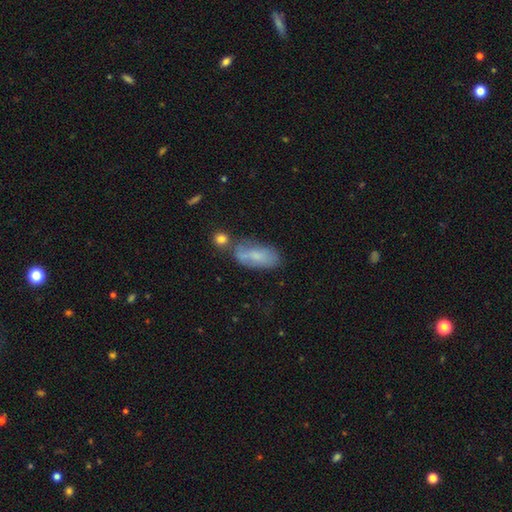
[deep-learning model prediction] Smooth or featured: smooth — 67% (featured or disk — 24%)
How rounded: in between — 83% (cigar-shaped — 13%)
Merging: none — 49% (minor disturbance — 25%)